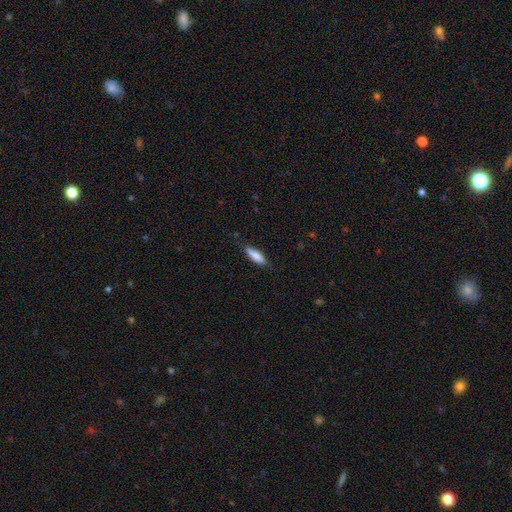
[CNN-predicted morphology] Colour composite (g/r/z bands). It shows a smooth galaxy with no disk features (82%) that is cigar-shaped (58%). Merging: none (81%).